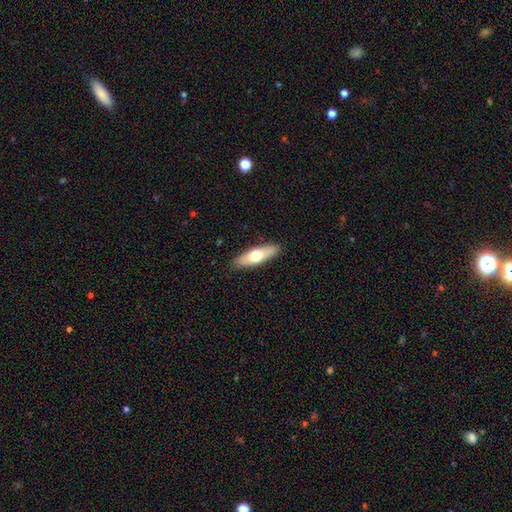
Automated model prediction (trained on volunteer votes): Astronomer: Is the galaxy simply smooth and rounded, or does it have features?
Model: smooth — 61%.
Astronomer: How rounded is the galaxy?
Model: in between — 49%, tied with cigar-shaped at 49%.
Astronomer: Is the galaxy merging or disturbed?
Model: none — 89%.